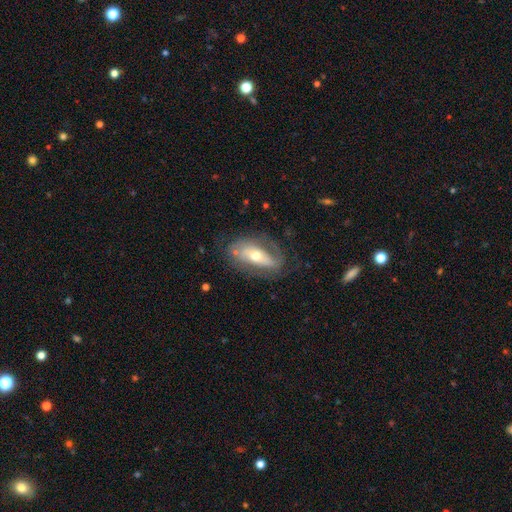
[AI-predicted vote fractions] Smooth or featured?
  - featured or disk: 63% *
  - smooth: 31%
  - star or artifact: 7%
Edge-on disk?
  - no: 84% *
  - yes: 16%
Bar?
  - no: 45% *
  - strong: 31%
  - weak: 24%
Spiral arms?
  - yes: 62% *
  - no: 38%
Bulge size?
  - moderate: 64% *
  - small: 28%
  - large: 6%
  - dominant: 1%
  - none: 1%
Merging?
  - none: 62% *
  - minor disturbance: 21%
  - major disturbance: 14%
  - merger: 3%